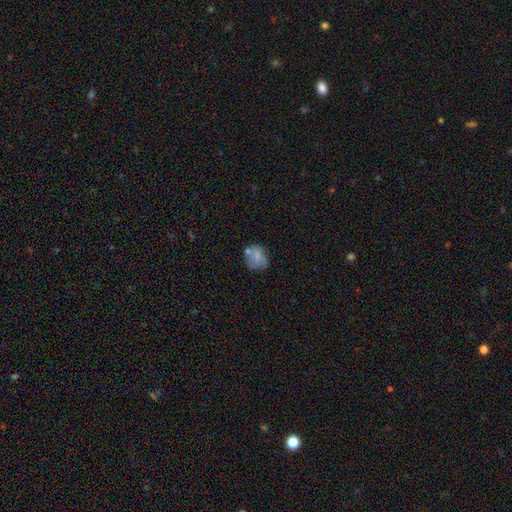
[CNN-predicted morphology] Smooth or featured: smooth — 68% (featured or disk — 23%)
How rounded: round — 60% (in between — 39%)
Merging: none — 49% (minor disturbance — 25%)